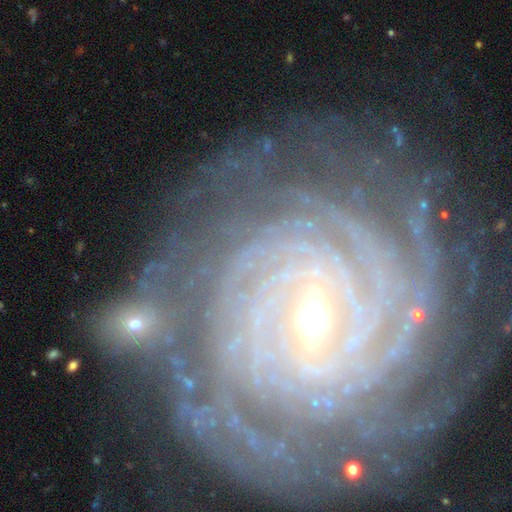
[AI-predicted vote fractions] smooth-or-featured: featured or disk: 90% | star or artifact: 6% | smooth: 4%
  disk-edge-on: no: 97% | yes: 3%
    bar: weak: 43% | no: 31% | strong: 26%
    has-spiral-arms: yes: 98% | no: 2%
      spiral-winding: tight: 87% | medium: 11% | loose: 2%
      spiral-arm-count: more than 4: 33% | can't tell: 21% | 4: 18% | 3: 11% | 2: 10% | 1: 8%
    bulge-size: moderate: 52% | small: 43% | large: 3% | none: 1% | dominant: 1%
  merging: none: 71% | minor disturbance: 16% | major disturbance: 8% | merger: 5%